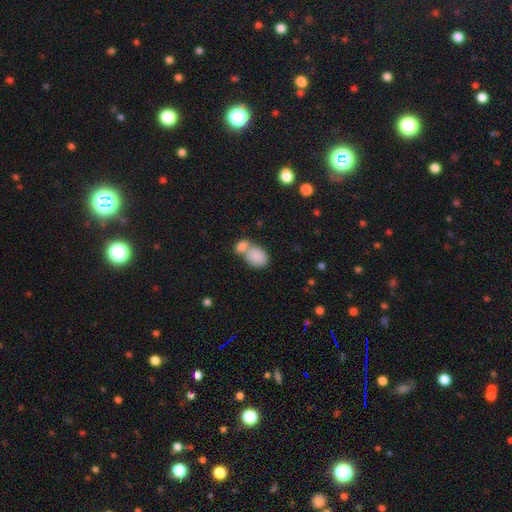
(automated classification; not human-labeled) This appears to be a smooth galaxy with no disk features (84%) that is in between round and cigar-shaped (80%). Merging: merger (58%).